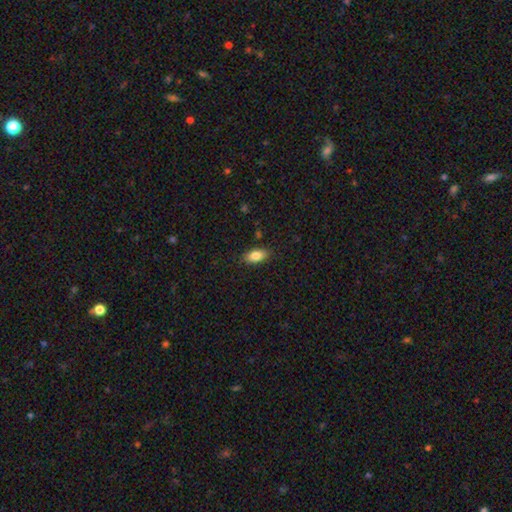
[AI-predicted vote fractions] A smooth galaxy with no disk features (82%) that is in between round and cigar-shaped (90%).

Vote fractions:
- Smooth or featured? smooth: 82% / featured or disk: 11% / star or artifact: 7%
- How rounded? in between: 90% / cigar-shaped: 6% / round: 4%
- Merging? none: 86% / minor disturbance: 10% / major disturbance: 2% / merger: 1%